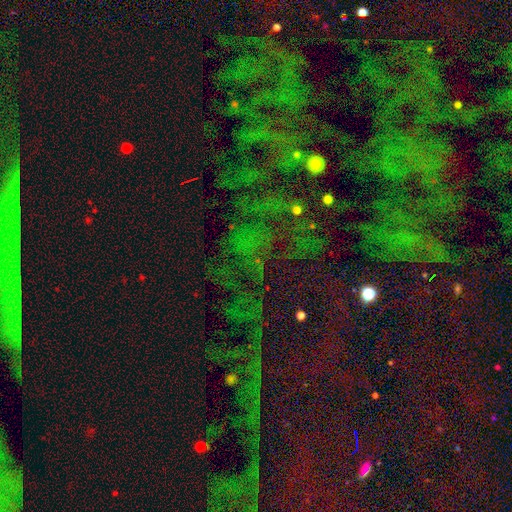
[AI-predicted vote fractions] Morphology: type=star or artifact (82%).